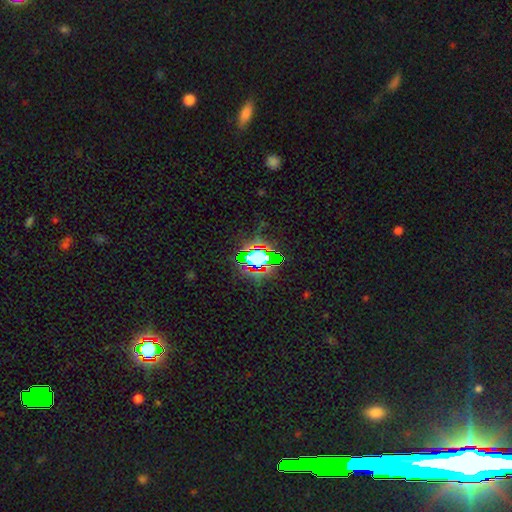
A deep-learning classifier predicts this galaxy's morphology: smooth_or_featured: star or artifact (p=0.66) [alt: smooth p=0.20]